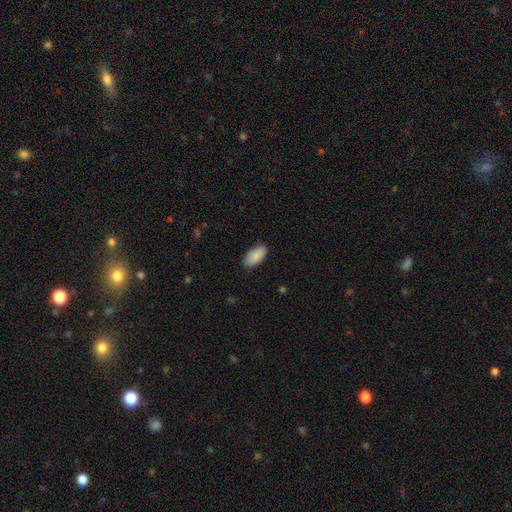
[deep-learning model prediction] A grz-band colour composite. It shows a smooth galaxy with no disk features (89%) that is in between round and cigar-shaped (94%). Merging: none (84%).